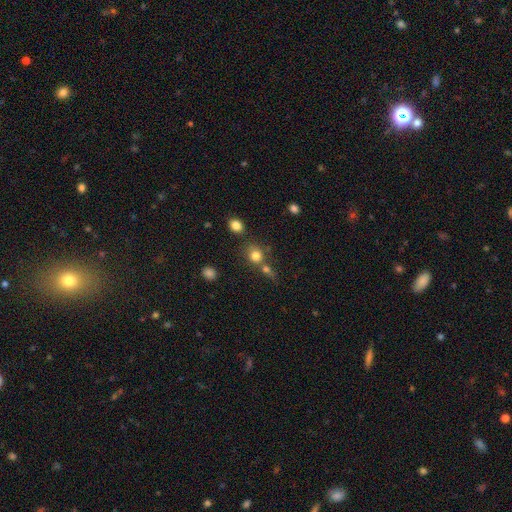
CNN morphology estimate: Smooth or featured: smooth — 78% (star or artifact — 14%)
How rounded: round — 81% (in between — 18%)
Merging: none — 54% (merger — 30%)